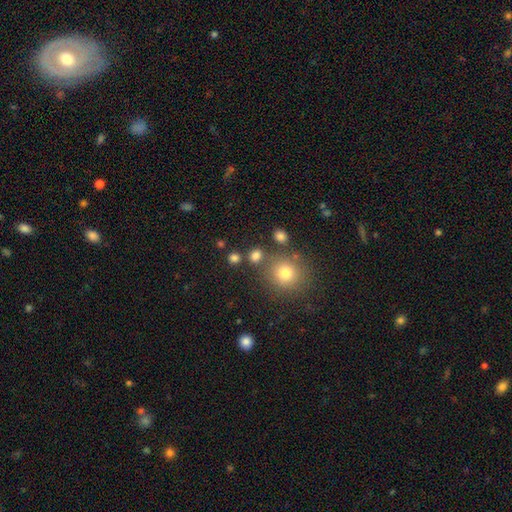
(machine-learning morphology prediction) The model was most divided on "how rounded": round: 80%, in between: 19%, cigar-shaped: 1%. More confident: smooth or featured — smooth (78%); merging — none (74%).